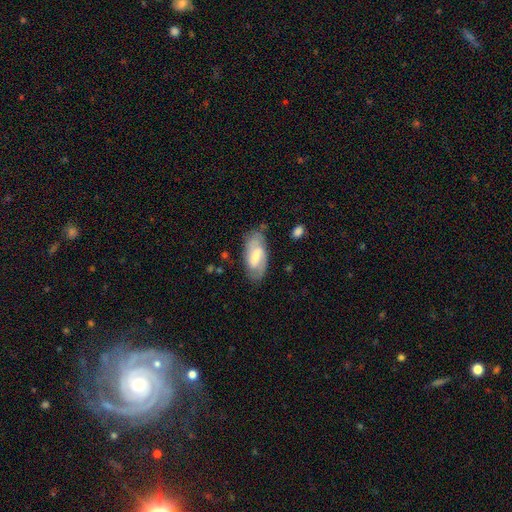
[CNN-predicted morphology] This appears to be a featured or disk galaxy (55%) with a weak bar (51%), spiral arms (80%) and a moderate central bulge (43%). Merging: none (72%).